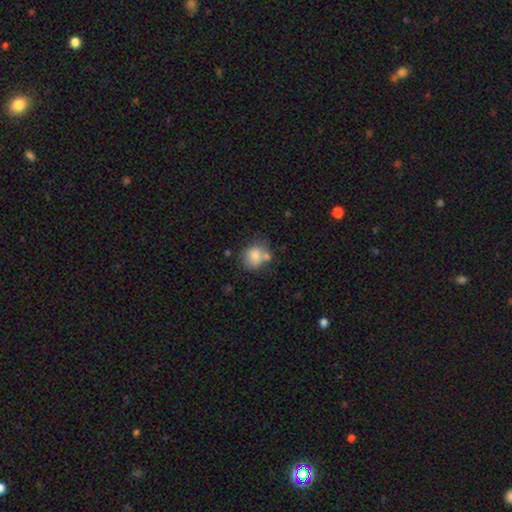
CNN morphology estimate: This is clearly a smooth galaxy (81%). How rounded: likely round (69%). Merging: possibly none (52%).